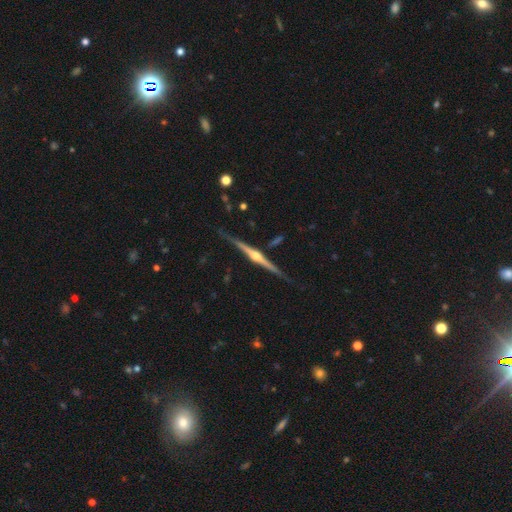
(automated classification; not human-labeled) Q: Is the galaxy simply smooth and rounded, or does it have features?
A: featured or disk — 87%.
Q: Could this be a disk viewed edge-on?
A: yes — 99%.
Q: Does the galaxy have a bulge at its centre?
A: rounded — 95%.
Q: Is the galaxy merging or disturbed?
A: none — 85%.